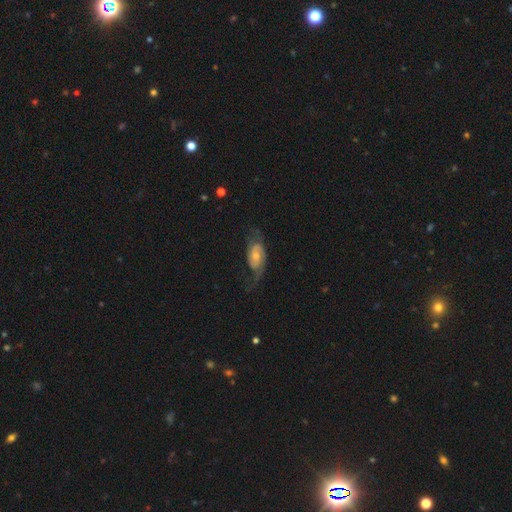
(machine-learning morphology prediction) This is likely a featured or disk galaxy (75%). It is clearly not viewed edge-on (95%). Bar: likely no (62%). Spiral arm pattern: clearly yes (91%). Spiral arm count: likely 2 (79%). Spiral winding: marginally medium (41%). Central bulge: possibly small (49%). Merging: possibly none (54%).